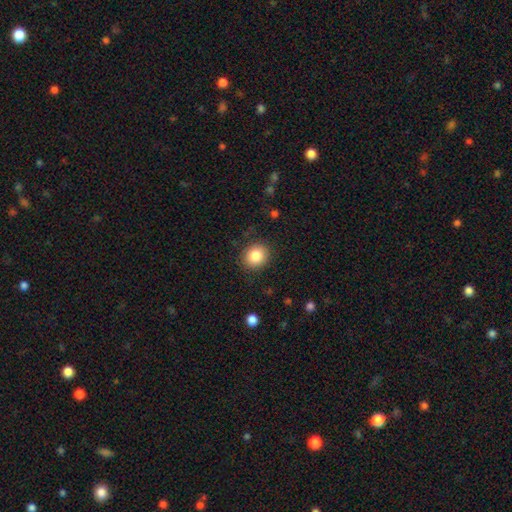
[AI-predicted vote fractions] A smooth galaxy with no disk features (85%) that is round (72%). Merging: none (88%).